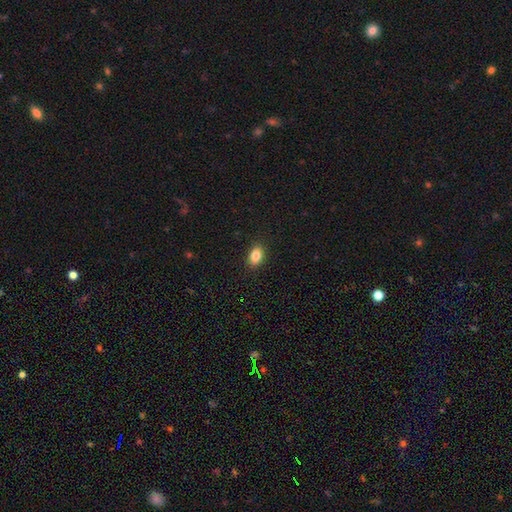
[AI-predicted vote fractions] smooth 85%, star or artifact 9%, featured or disk 6%. Down the decision tree: how rounded — in between (85%); merging — none (89%).